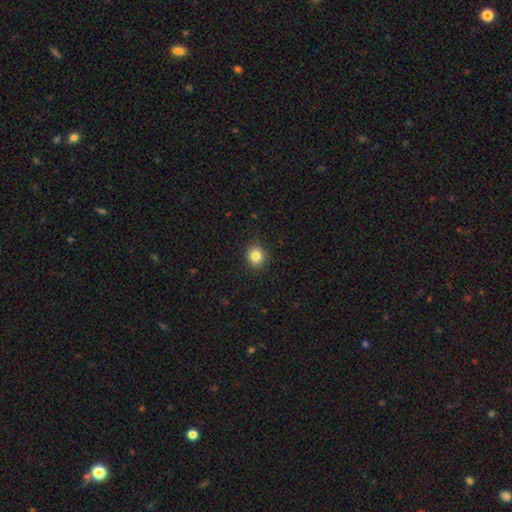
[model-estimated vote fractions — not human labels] The model was most divided on "how rounded": round: 80%, in between: 19%, cigar-shaped: 1%. More confident: merging — none (90%); smooth or featured — smooth (84%).